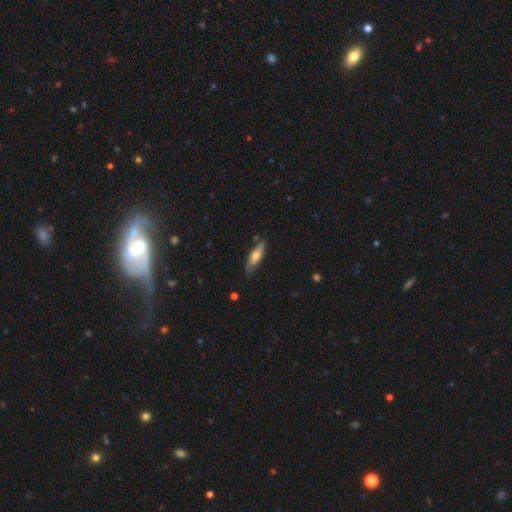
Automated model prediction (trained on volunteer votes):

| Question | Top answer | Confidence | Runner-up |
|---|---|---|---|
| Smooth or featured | smooth | 63% | featured or disk (31%) |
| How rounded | cigar-shaped | 56% | in between (42%) |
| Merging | none | 72% | minor disturbance (21%) |